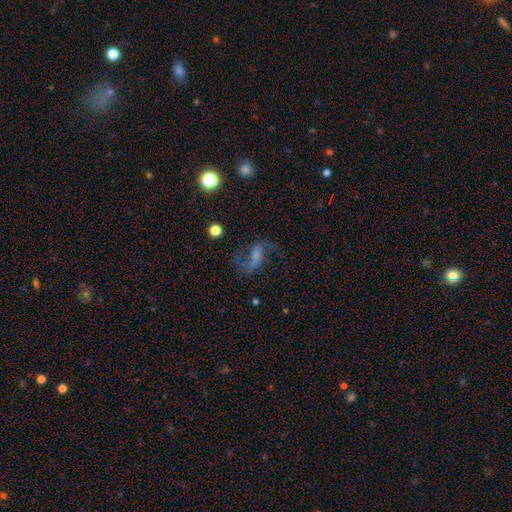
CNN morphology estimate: A featured or disk galaxy (74%) with a weak bar (45%), 2 (90%) loose (68%) spiral arms (92%) and a small central bulge (34%). Merging: none (69%).